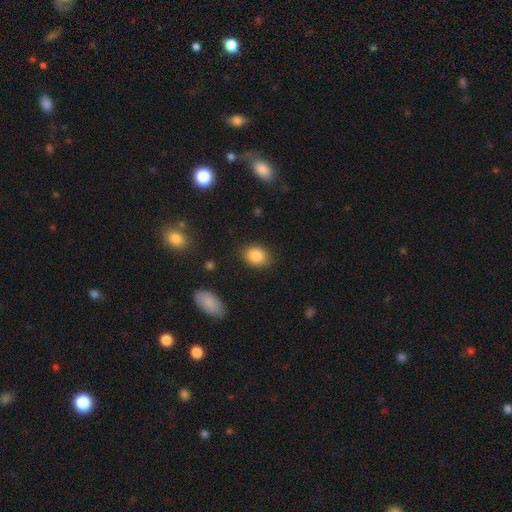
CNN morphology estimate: This appears to be a smooth galaxy with no disk features (86%) that is in between round and cigar-shaped (62%). Merging: none (85%).